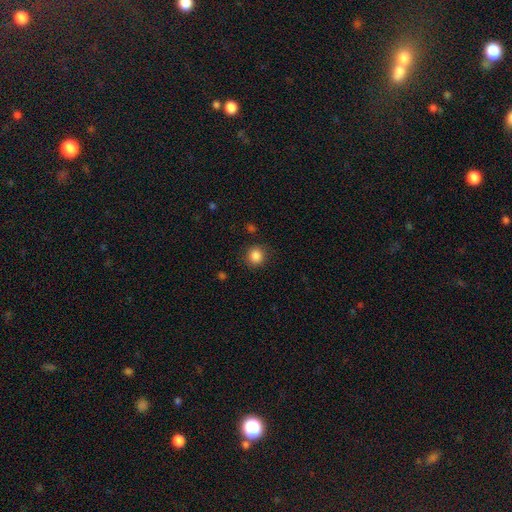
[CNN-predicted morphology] This is clearly a smooth galaxy (86%). How rounded: clearly round (88%). Merging: clearly none (87%).